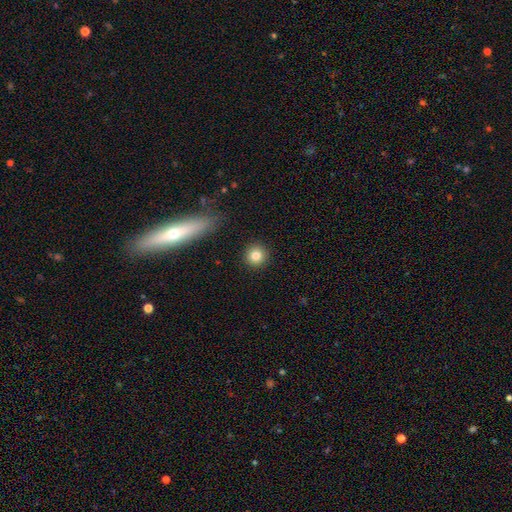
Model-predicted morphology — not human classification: Smooth or featured?
  - smooth: 82% *
  - star or artifact: 10%
  - featured or disk: 7%
How rounded?
  - round: 94% *
  - in between: 5%
  - cigar-shaped: 1%
Merging?
  - none: 91% *
  - minor disturbance: 5%
  - major disturbance: 2%
  - merger: 1%